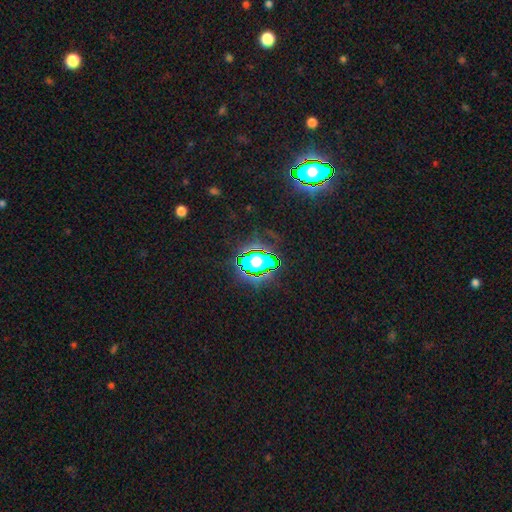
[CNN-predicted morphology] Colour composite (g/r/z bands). It shows a star or artifact, not a galaxy (81%).